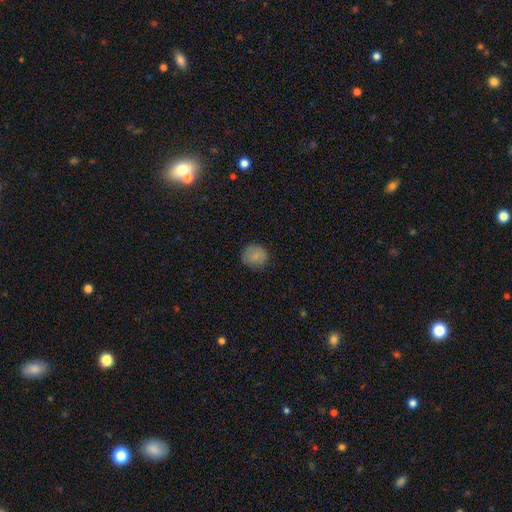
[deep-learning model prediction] This appears to be a smooth galaxy with no disk features (80%) that is round (84%). Merging: none (78%).